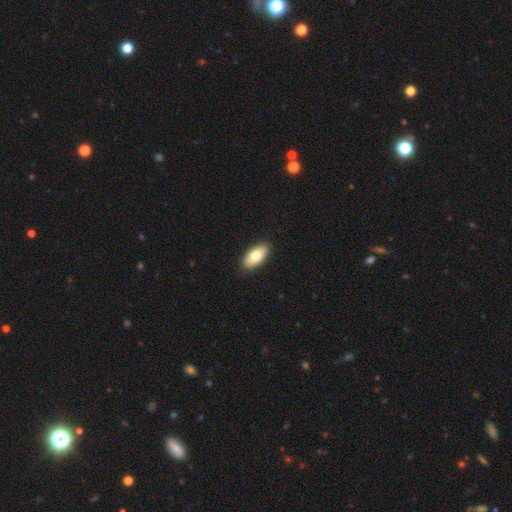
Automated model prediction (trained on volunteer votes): Overall: smooth (76%). How rounded: in between (91%). Merging: none (90%).